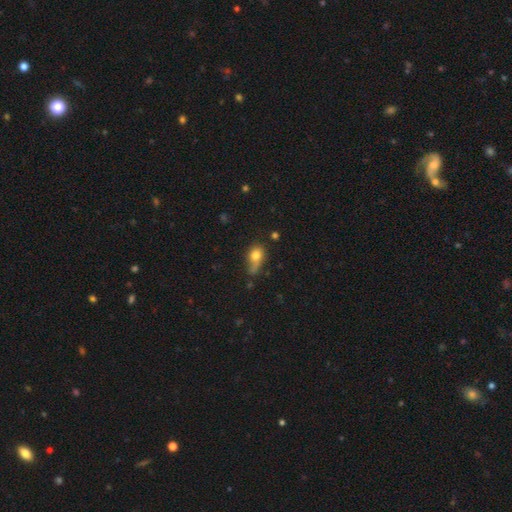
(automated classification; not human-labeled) This is likely a smooth galaxy (76%). How rounded: likely in between (61%). Merging: marginally none (35%).